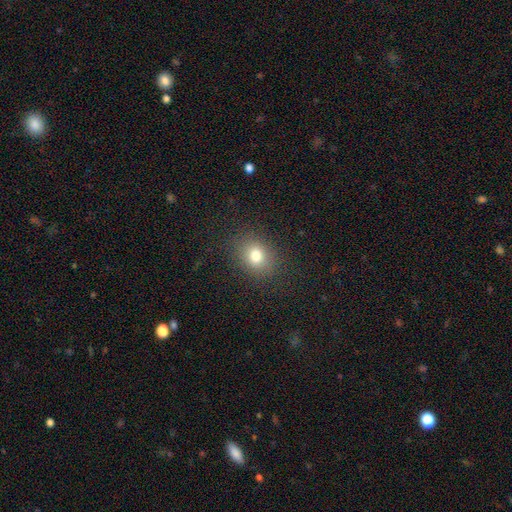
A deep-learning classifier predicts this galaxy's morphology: This is likely a smooth galaxy (77%). How rounded: possibly round (55%). Merging: clearly none (86%).